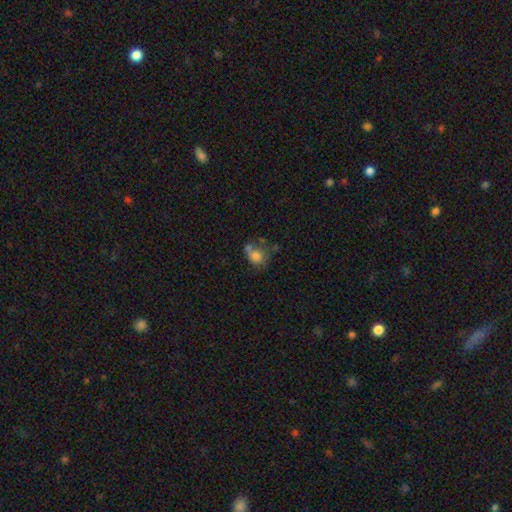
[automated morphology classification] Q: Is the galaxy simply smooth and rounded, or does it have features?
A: smooth — 72%.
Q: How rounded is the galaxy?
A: round — 69%.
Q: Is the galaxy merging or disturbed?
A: none — 40%.